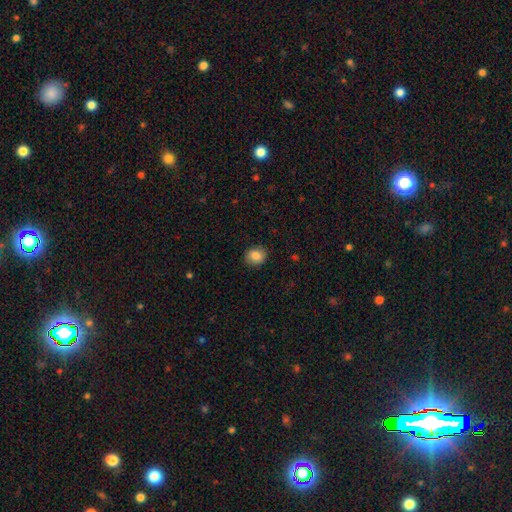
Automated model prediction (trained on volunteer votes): Q: Smooth or featured?
A: smooth (85%); runner-up: star or artifact (9%)
Q: How rounded?
A: round (68%); runner-up: in between (31%)
Q: Merging?
A: none (88%); runner-up: minor disturbance (9%)